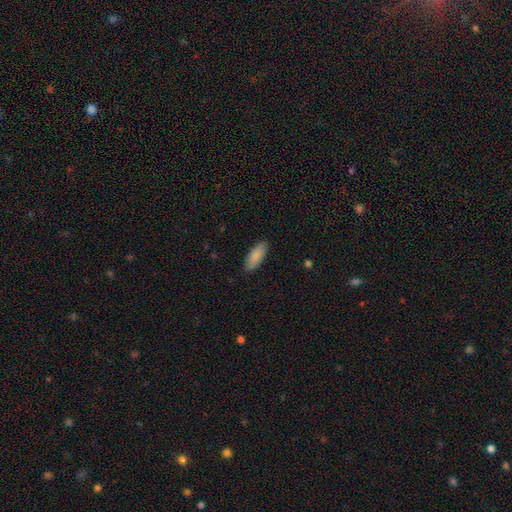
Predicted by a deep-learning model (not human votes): Morphology: type=smooth (87%); roundness=in between (74%); merging=none (89%).